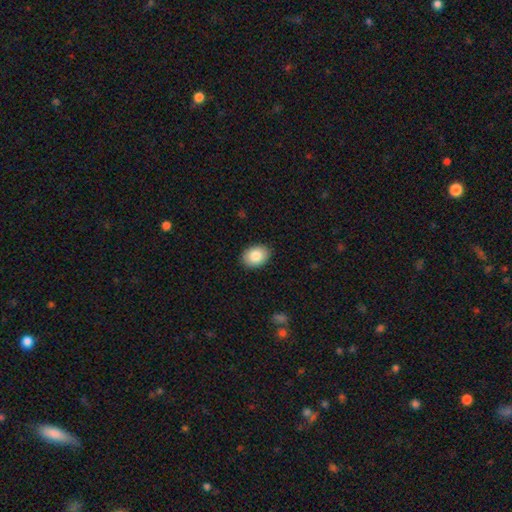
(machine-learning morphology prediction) This is clearly a smooth galaxy (85%). How rounded: likely in between (70%). Merging: clearly none (90%).